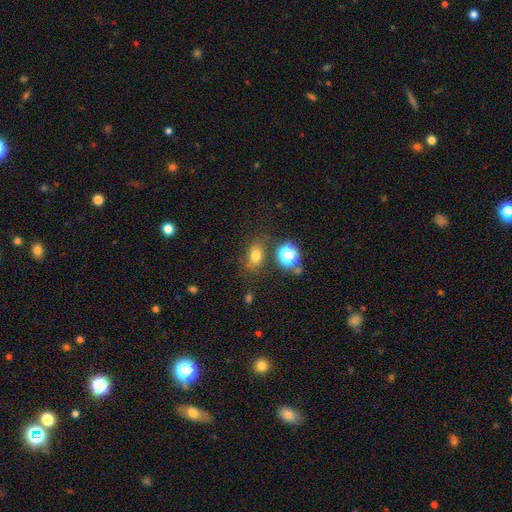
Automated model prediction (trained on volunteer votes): A smooth galaxy with no disk features (72%) that is in between round and cigar-shaped (67%).

Vote fractions:
- Smooth or featured? smooth: 72% / star or artifact: 18% / featured or disk: 10%
- How rounded? in between: 67% / round: 31% / cigar-shaped: 2%
- Merging? none: 72% / minor disturbance: 15% / merger: 7% / major disturbance: 6%